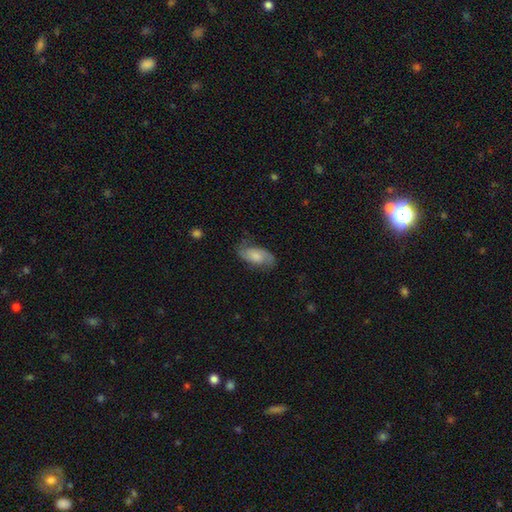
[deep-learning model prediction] Smooth or featured? Predicted: smooth (p=0.49). Merging? Predicted: none (p=0.68).